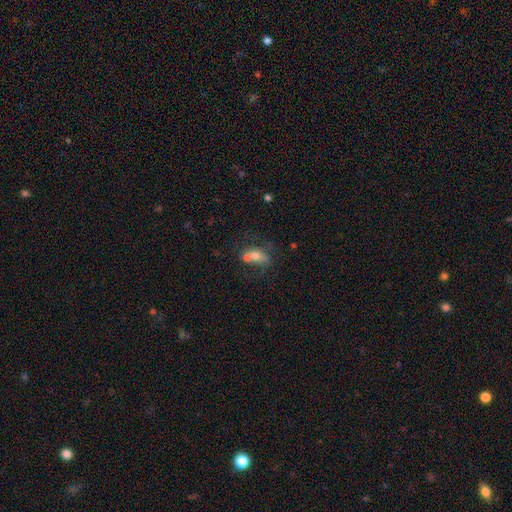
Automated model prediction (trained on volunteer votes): Smooth or featured? smooth (59%)
How rounded? in between (73%)
Merging? merger (47%)